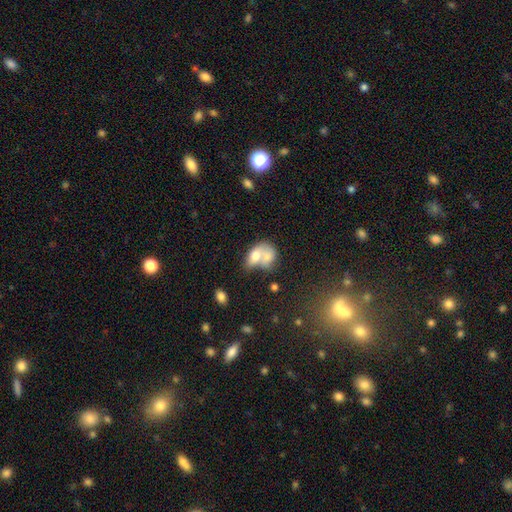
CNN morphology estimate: This appears to be a smooth galaxy with no disk features (67%) that is in between round and cigar-shaped (75%). Merging: merger (73%).